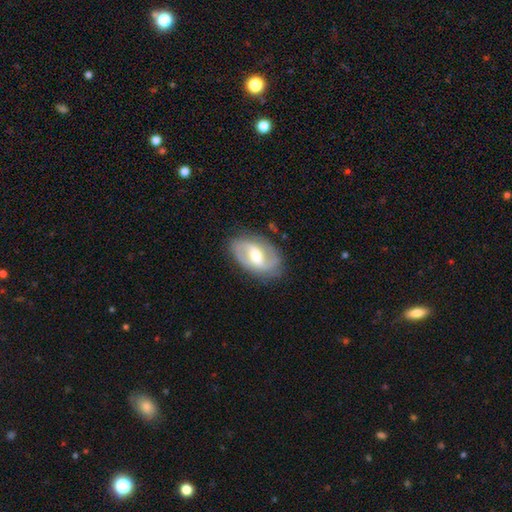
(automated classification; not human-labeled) Smooth or featured? Predicted: featured or disk (p=0.76). Edge-on disk? Predicted: no (p=0.96). Bar? Predicted: weak (p=0.50). Spiral arms? Predicted: yes (p=0.85). Spiral winding? Predicted: medium (p=0.46). Spiral arm count? Predicted: 2 (p=0.86). Bulge size? Predicted: moderate (p=0.67). Merging? Predicted: none (p=0.80).